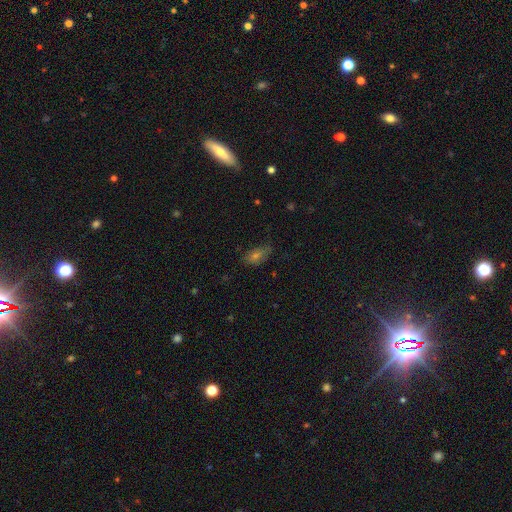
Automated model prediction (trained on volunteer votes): Morphology: type=smooth (54%); roundness=in between (82%); merging=none (66%).